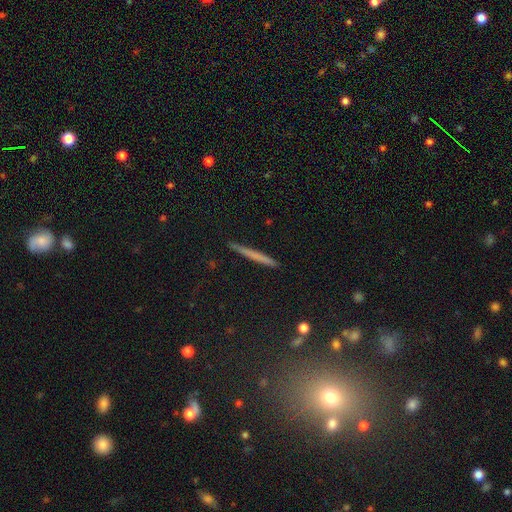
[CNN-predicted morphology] smooth-or-featured: smooth: 58% | featured or disk: 34% | star or artifact: 9%
  how-rounded: cigar-shaped: 96% | in between: 2% | round: 2%
  merging: none: 90% | minor disturbance: 7% | major disturbance: 1% | merger: 1%